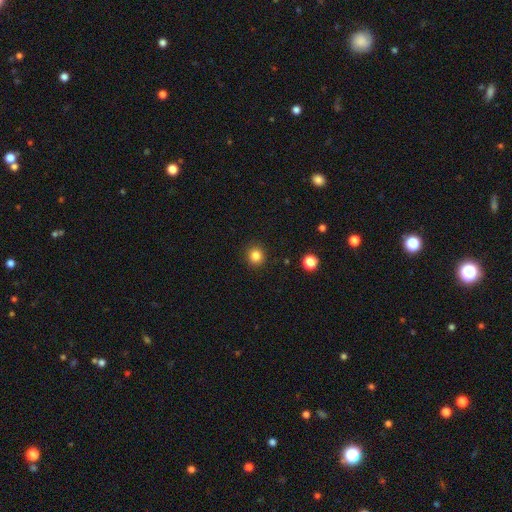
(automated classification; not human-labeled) A smooth galaxy with no disk features (84%) that is round (90%).

Vote fractions:
- Smooth or featured? smooth: 84% / star or artifact: 11% / featured or disk: 4%
- How rounded? round: 90% / in between: 9% / cigar-shaped: 1%
- Merging? none: 91% / minor disturbance: 6% / major disturbance: 2% / merger: 1%